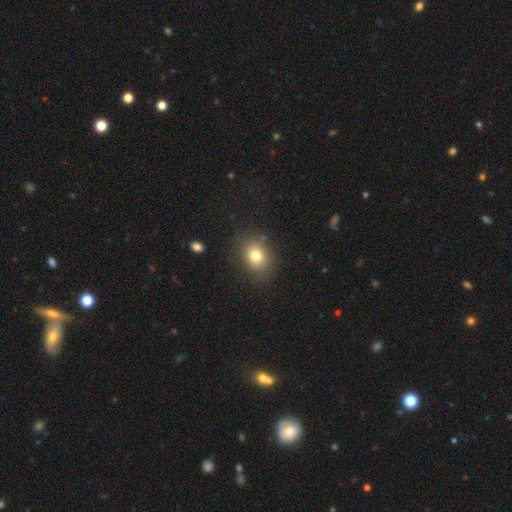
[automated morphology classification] A smooth galaxy with no disk features (78%) that is in between round and cigar-shaped (53%).

Vote fractions:
- Smooth or featured? smooth: 78% / star or artifact: 12% / featured or disk: 10%
- How rounded? in between: 53% / round: 46% / cigar-shaped: 1%
- Merging? none: 83% / minor disturbance: 11% / major disturbance: 4% / merger: 2%